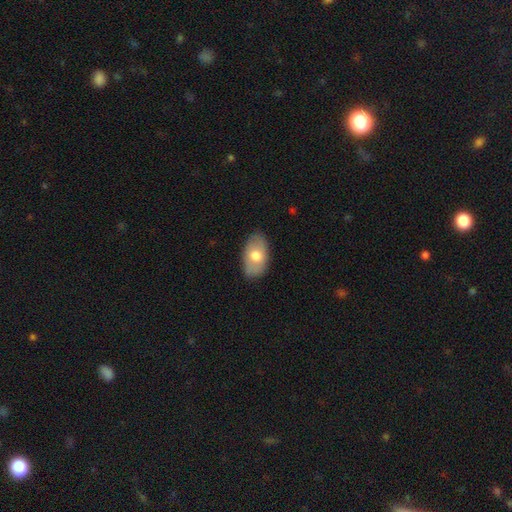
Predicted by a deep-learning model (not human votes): smooth 68%, featured or disk 26%, star or artifact 6%. Down the decision tree: how rounded — in between (92%); merging — none (82%).